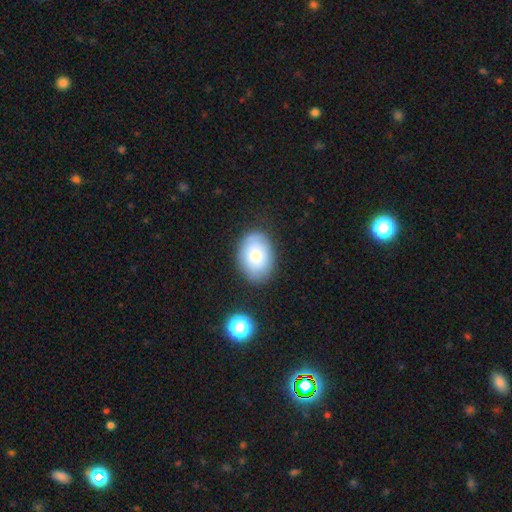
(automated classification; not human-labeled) Overall: smooth (70%). How rounded: in between (77%). Merging: none (81%).